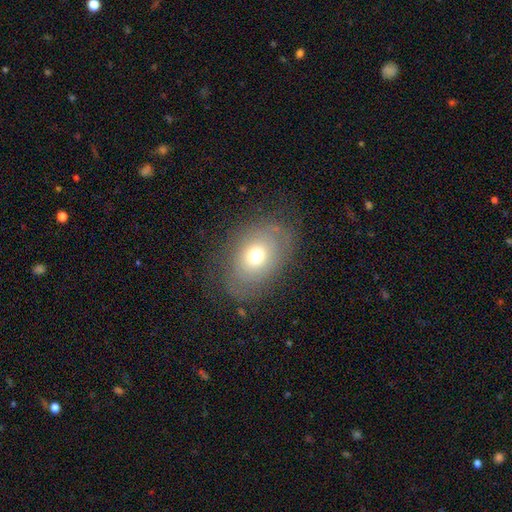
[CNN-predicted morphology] Overall: smooth (63%; featured or disk 25%). How rounded: in between (72%). Merging: none (72%).